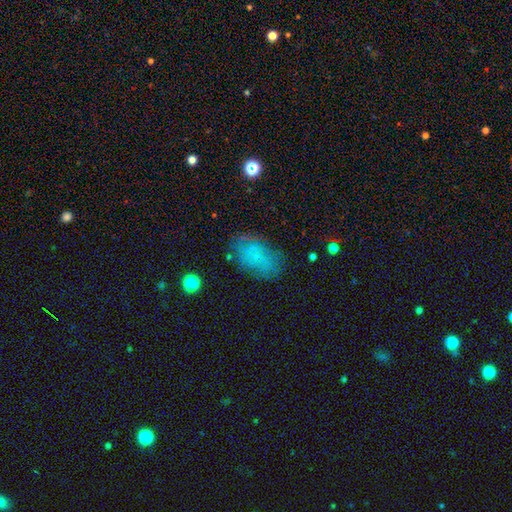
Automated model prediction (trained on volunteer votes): Smooth or featured? Predicted: smooth (p=0.61). How rounded? Predicted: in between (p=0.89). Merging? Predicted: none (p=0.71).